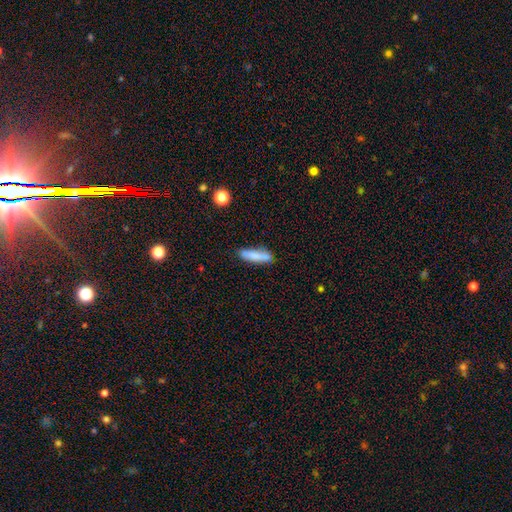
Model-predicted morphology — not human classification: type=smooth (81%); roundness=cigar-shaped (74%); merging=none (78%).